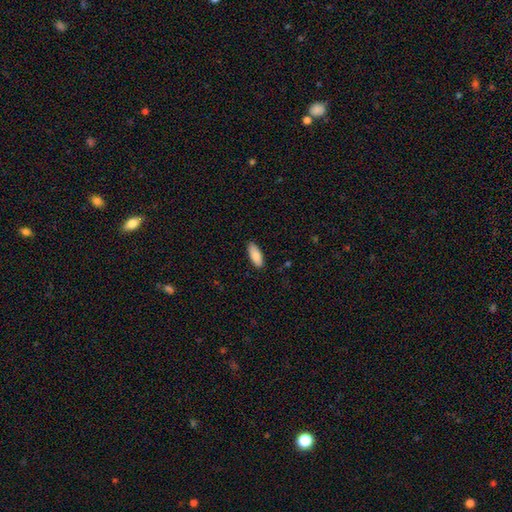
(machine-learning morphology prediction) A smooth galaxy with no disk features (84%) that is in between round and cigar-shaped (79%). Merging: none (88%).